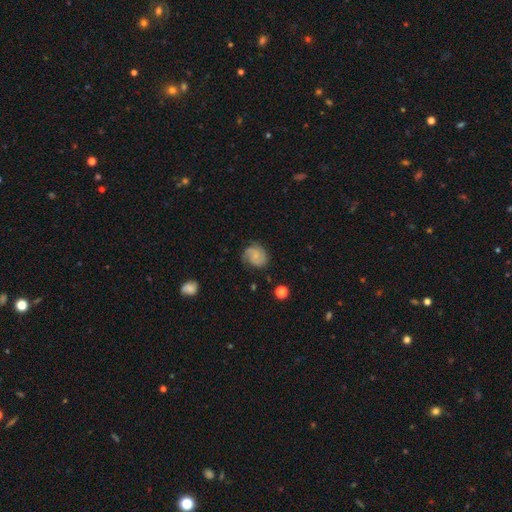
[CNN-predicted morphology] Smooth or featured? featured or disk (64%)
Edge-on disk? no (98%)
Bar? no (69%)
Spiral arms? yes (93%)
Spiral winding? tight (43%)
Spiral arm count? 2 (54%)
Bulge size? small (61%)
Merging? none (67%)